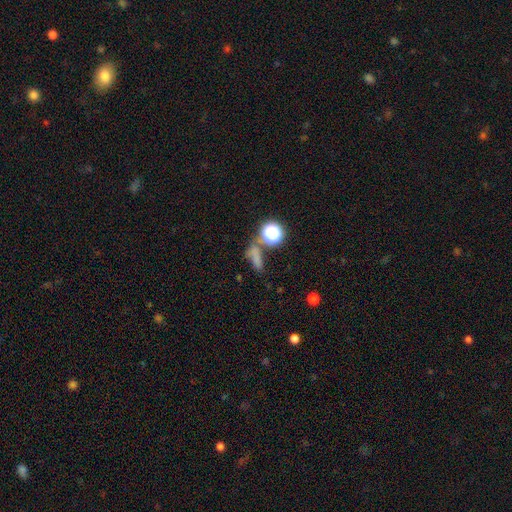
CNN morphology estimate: smooth_or_featured: smooth (p=0.61) [alt: star or artifact p=0.27]
how_rounded: in between (p=0.43) [alt: round p=0.30]
merging: none (p=0.49) [alt: merger p=0.22]